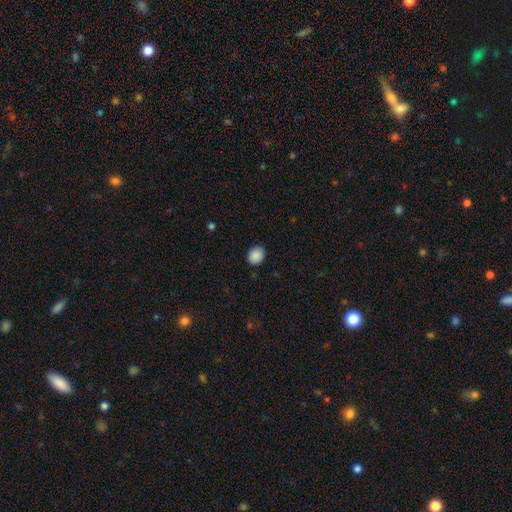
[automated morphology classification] smooth-or-featured: smooth: 89% | star or artifact: 8% | featured or disk: 3%
  how-rounded: round: 60% | in between: 39% | cigar-shaped: 1%
  merging: none: 87% | minor disturbance: 10% | major disturbance: 2% | merger: 1%